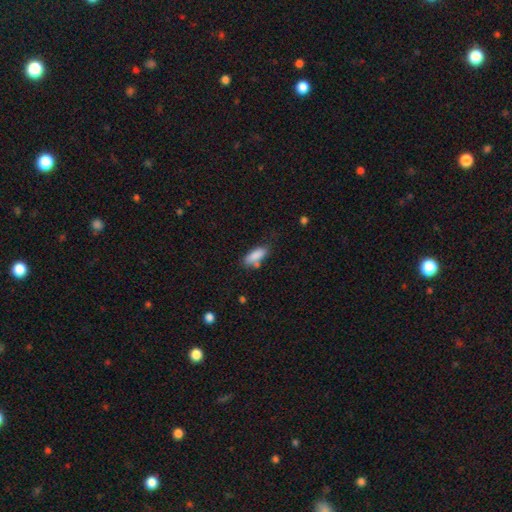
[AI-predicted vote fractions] A smooth galaxy with no disk features (86%) that is in between round and cigar-shaped (72%).

Vote fractions:
- Smooth or featured? smooth: 86% / featured or disk: 7% / star or artifact: 7%
- How rounded? in between: 72% / cigar-shaped: 26% / round: 2%
- Merging? none: 61% / minor disturbance: 23% / merger: 10% / major disturbance: 6%